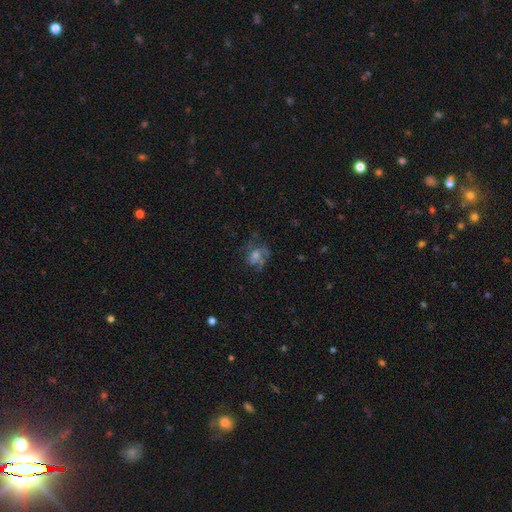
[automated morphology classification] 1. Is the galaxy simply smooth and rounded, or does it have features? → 57% featured or disk, 25% smooth, 18% star or artifact.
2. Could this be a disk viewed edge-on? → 97% no, 3% yes.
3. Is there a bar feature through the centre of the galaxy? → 77% no, 19% weak, 4% strong.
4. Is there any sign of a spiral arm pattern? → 69% yes, 31% no.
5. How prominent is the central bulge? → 48% moderate, 28% small, 12% large, 9% none, 2% dominant.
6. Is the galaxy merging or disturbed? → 53% none, 24% major disturbance, 19% minor disturbance, 3% merger.